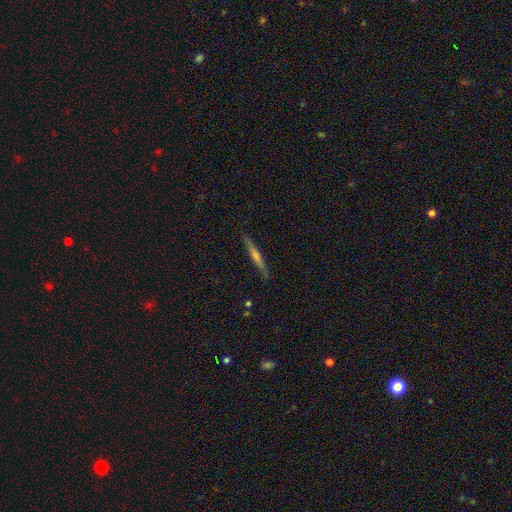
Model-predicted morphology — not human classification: The model was most divided on "edge-on bulge": rounded: 50%, none: 41%, boxy: 10%. More confident: edge-on disk — yes (96%); merging — none (89%); smooth or featured — featured or disk (55%).